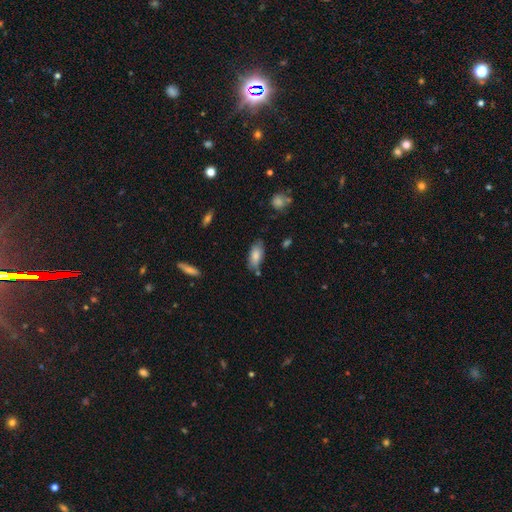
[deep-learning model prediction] This is clearly a smooth galaxy (80%). How rounded: clearly in between (87%). Merging: likely none (72%).